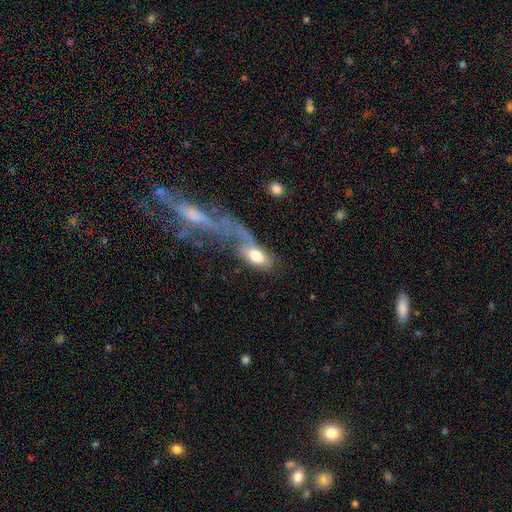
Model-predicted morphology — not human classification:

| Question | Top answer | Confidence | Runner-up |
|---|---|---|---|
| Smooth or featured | smooth | 63% | featured or disk (29%) |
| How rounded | in between | 84% | cigar-shaped (9%) |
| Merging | major disturbance | 39% | merger (34%) |